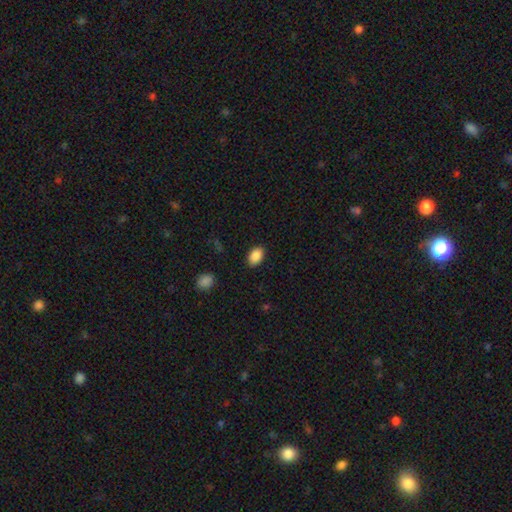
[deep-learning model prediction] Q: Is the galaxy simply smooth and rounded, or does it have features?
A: smooth — 88%.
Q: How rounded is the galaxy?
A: in between — 86%.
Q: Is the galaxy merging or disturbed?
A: none — 88%.